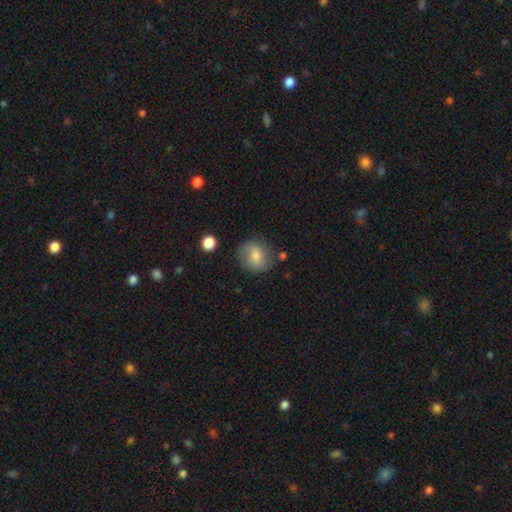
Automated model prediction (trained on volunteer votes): A smooth galaxy with no disk features (70%) that is round (76%).

Vote fractions:
- Smooth or featured? smooth: 70% / featured or disk: 21% / star or artifact: 9%
- How rounded? round: 76% / in between: 23% / cigar-shaped: 1%
- Merging? none: 74% / minor disturbance: 17% / major disturbance: 6% / merger: 3%